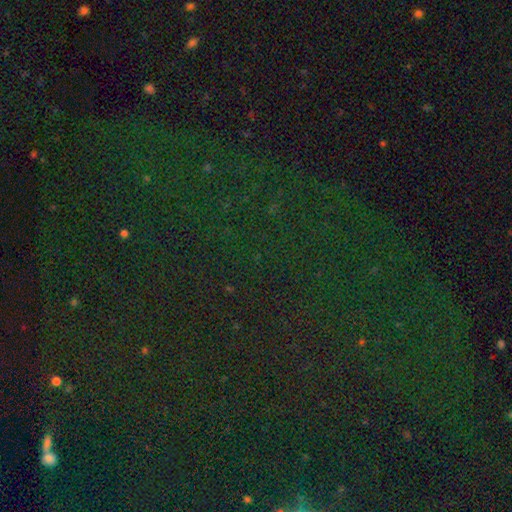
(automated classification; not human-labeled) A star or artifact, not a galaxy (82%).

Vote fractions:
- Smooth or featured? star or artifact: 82% / smooth: 10% / featured or disk: 8%